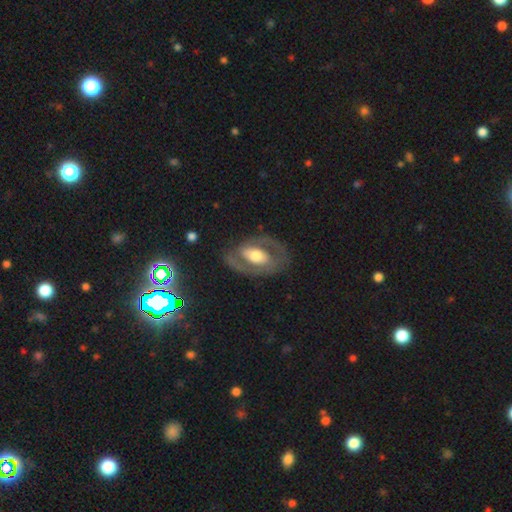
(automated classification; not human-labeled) A featured or disk galaxy (71%) with no bar (44%), spiral arms (57%) and a moderate central bulge (60%).

Vote fractions:
- Smooth or featured? featured or disk: 71% / smooth: 24% / star or artifact: 5%
- Edge-on disk? no: 93% / yes: 7%
- Bar? no: 44% / weak: 30% / strong: 26%
- Spiral arms? yes: 57% / no: 43%
- Bulge size? moderate: 60% / large: 26% / small: 10% / dominant: 2% / none: 1%
- Merging? none: 74% / minor disturbance: 15% / major disturbance: 10% / merger: 2%